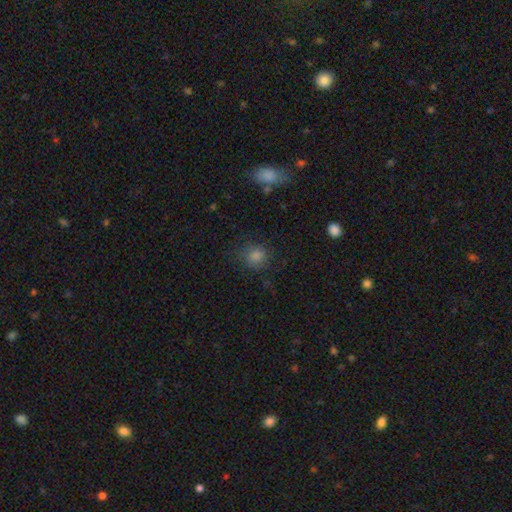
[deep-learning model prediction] This appears to be a smooth galaxy with no disk features (74%) that is round (85%). Merging: none (79%).